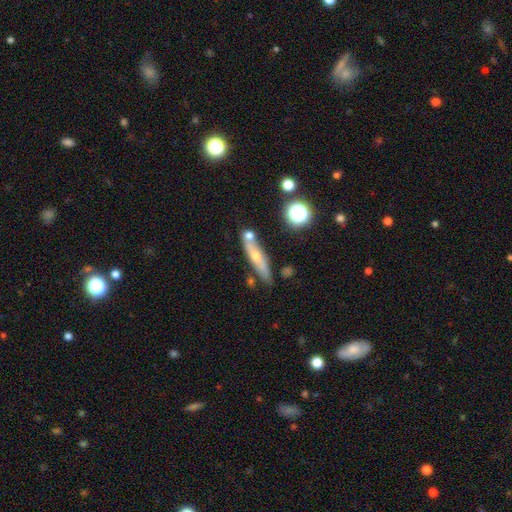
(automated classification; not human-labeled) A featured or disk galaxy (46%). Merging: none (66%).